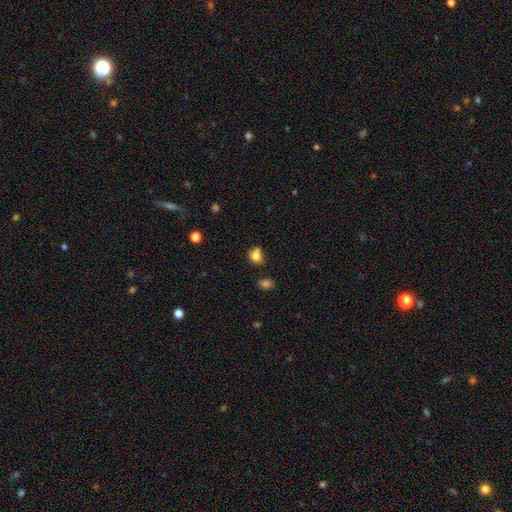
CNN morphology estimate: smooth_or_featured: smooth (p=0.79) [alt: star or artifact p=0.12]
how_rounded: round (p=0.68) [alt: in between p=0.31]
merging: none (p=0.55) [alt: merger p=0.24]